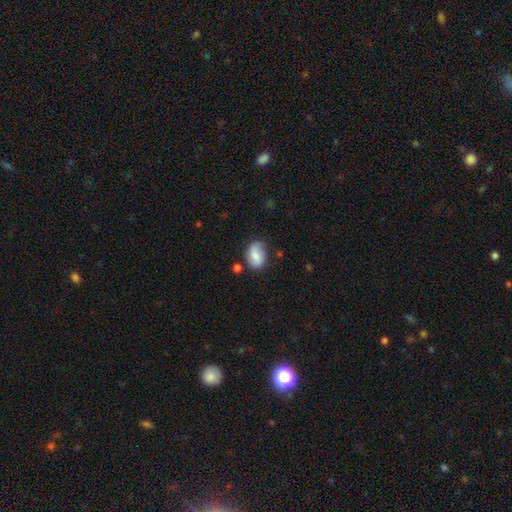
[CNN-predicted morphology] smooth 70%, featured or disk 22%, star or artifact 8%. Down the decision tree: how rounded — in between (78%); merging — none (60%).